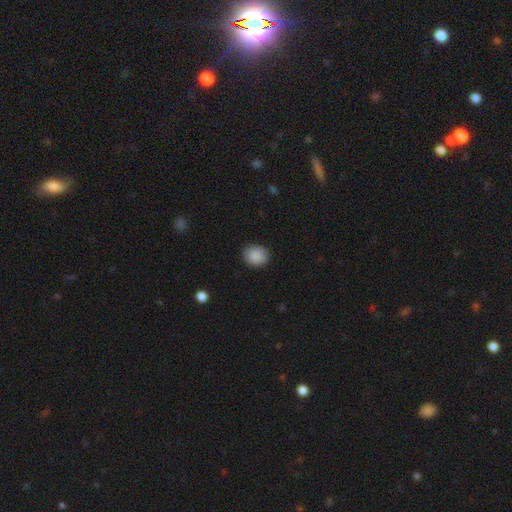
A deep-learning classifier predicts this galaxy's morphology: Smooth or featured?
  - smooth: 89% *
  - star or artifact: 7%
  - featured or disk: 3%
How rounded?
  - round: 57% *
  - in between: 42%
  - cigar-shaped: 1%
Merging?
  - none: 86% *
  - minor disturbance: 10%
  - major disturbance: 2%
  - merger: 1%